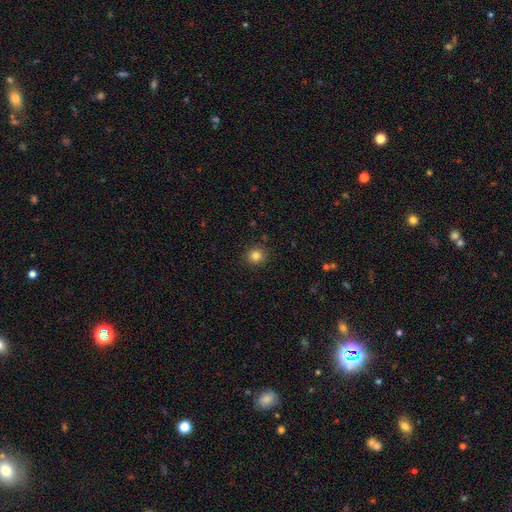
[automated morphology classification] This appears to be a smooth galaxy with no disk features (83%) that is round (90%). Merging: none (90%).